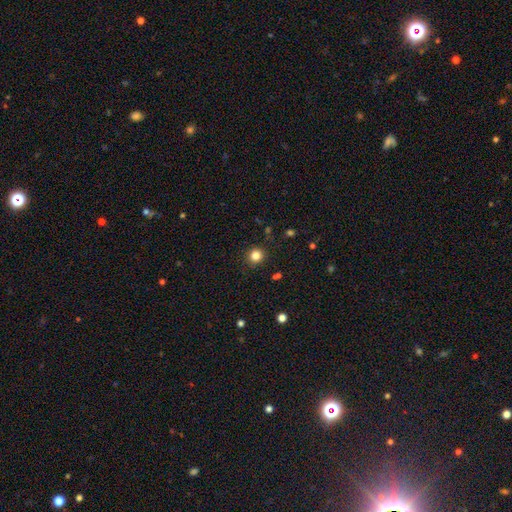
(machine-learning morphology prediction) smooth-or-featured: smooth: 83% | star or artifact: 13% | featured or disk: 4%
  how-rounded: round: 91% | in between: 8% | cigar-shaped: 1%
  merging: none: 90% | minor disturbance: 6% | major disturbance: 2% | merger: 1%